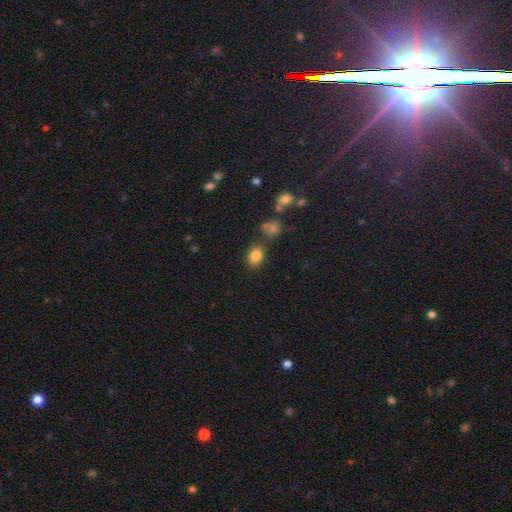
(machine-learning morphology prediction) Smooth or featured: smooth — 83% (star or artifact — 11%)
How rounded: in between — 64% (round — 35%)
Merging: none — 75% (minor disturbance — 12%)